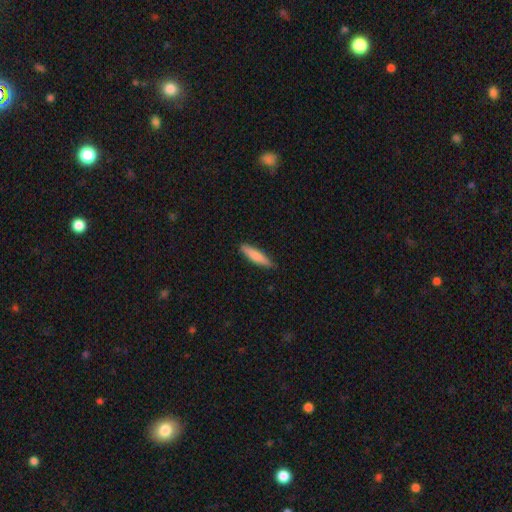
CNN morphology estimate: smooth_or_featured: smooth (p=0.79) [alt: featured or disk p=0.16]
how_rounded: cigar-shaped (p=0.83) [alt: in between p=0.16]
merging: none (p=0.88) [alt: minor disturbance p=0.09]